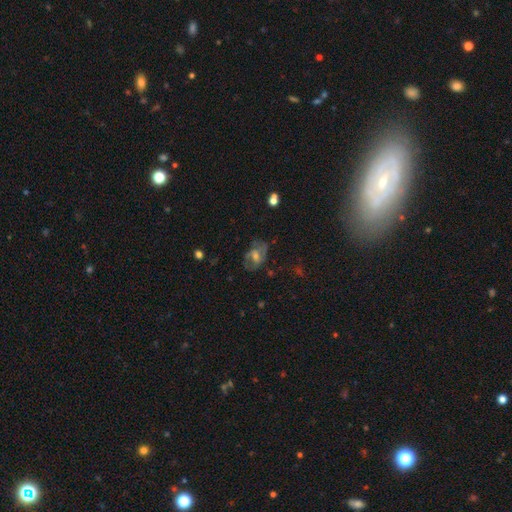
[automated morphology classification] featured or disk 60%, smooth 27%, star or artifact 13%. Down the decision tree: edge-on disk — no (95%); bar — no (44%); spiral arms — yes (69%); bulge size — moderate (49%); merging — none (62%).